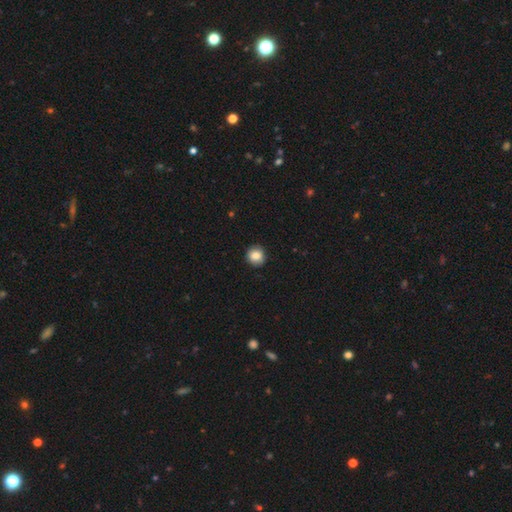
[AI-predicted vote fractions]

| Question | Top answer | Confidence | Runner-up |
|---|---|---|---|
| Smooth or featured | smooth | 84% | star or artifact (9%) |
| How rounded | round | 89% | in between (10%) |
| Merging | none | 89% | minor disturbance (9%) |